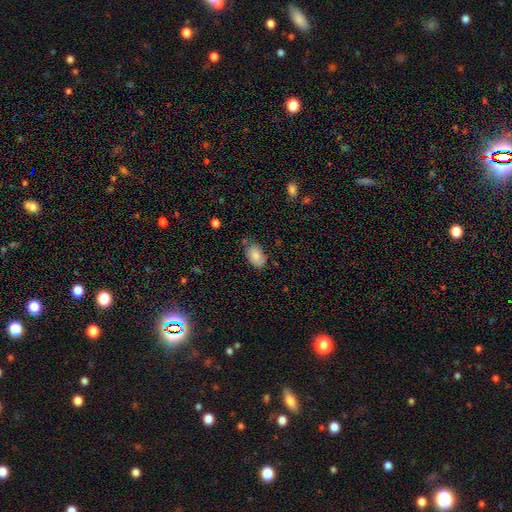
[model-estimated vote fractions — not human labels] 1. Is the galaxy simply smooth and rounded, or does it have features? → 85% smooth, 8% featured or disk, 7% star or artifact.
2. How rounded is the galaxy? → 90% in between, 8% round, 1% cigar-shaped.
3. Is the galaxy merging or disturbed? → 71% none, 22% minor disturbance, 4% major disturbance, 3% merger.